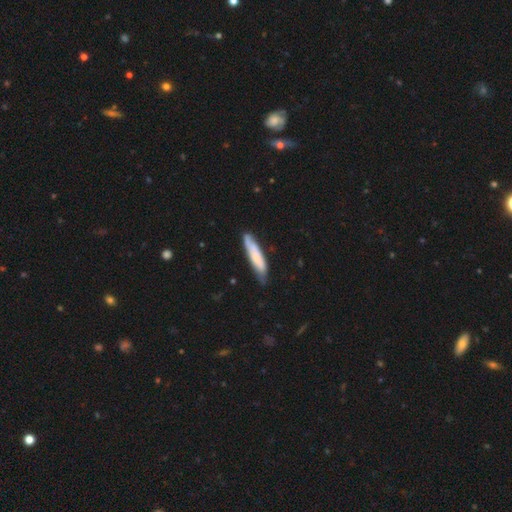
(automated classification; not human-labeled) This appears to be a smooth galaxy with no disk features (63%) that is cigar-shaped (81%). Merging: none (70%).